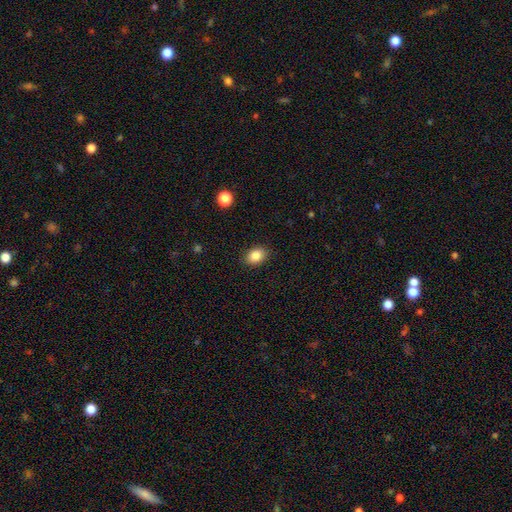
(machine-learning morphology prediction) A smooth galaxy with no disk features (85%) that is in between round and cigar-shaped (71%).

Vote fractions:
- Smooth or featured? smooth: 85% / star or artifact: 9% / featured or disk: 6%
- How rounded? in between: 71% / round: 28% / cigar-shaped: 1%
- Merging? none: 88% / minor disturbance: 9% / major disturbance: 2% / merger: 1%